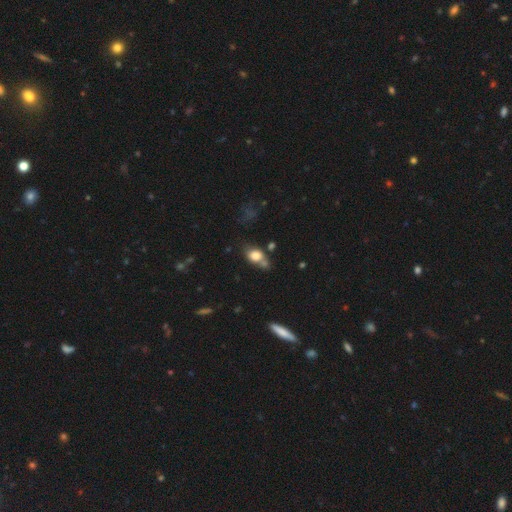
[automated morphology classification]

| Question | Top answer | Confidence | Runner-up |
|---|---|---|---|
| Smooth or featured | smooth | 76% | featured or disk (13%) |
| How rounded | in between | 66% | round (31%) |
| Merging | none | 44% | merger (24%) |